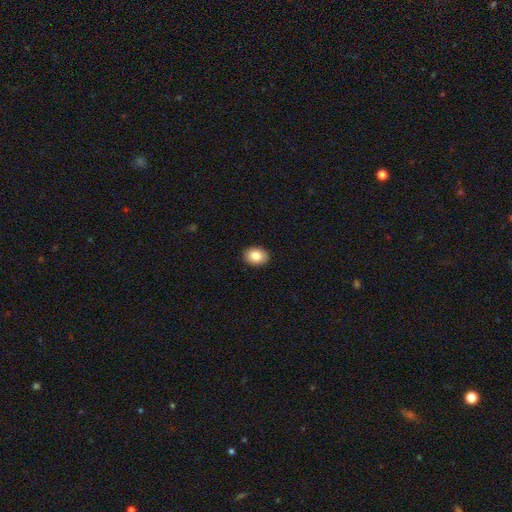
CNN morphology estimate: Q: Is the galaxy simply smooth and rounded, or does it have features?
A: smooth — 85%.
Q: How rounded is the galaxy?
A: in between — 69%.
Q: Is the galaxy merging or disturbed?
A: none — 91%.